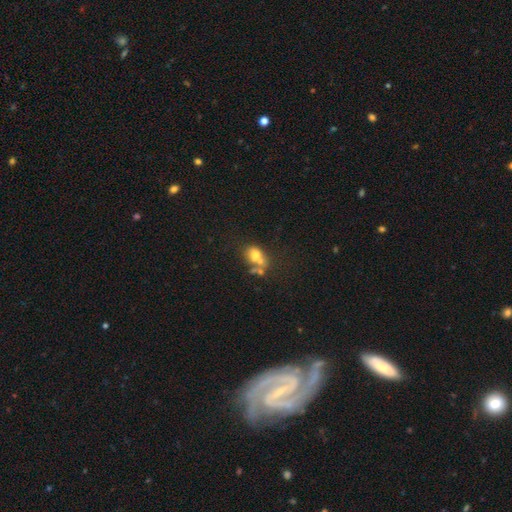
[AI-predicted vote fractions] smooth-or-featured: smooth: 64% | featured or disk: 22% | star or artifact: 14%
  how-rounded: in between: 53% | round: 46% | cigar-shaped: 1%
  merging: merger: 45% | none: 32% | minor disturbance: 13% | major disturbance: 10%